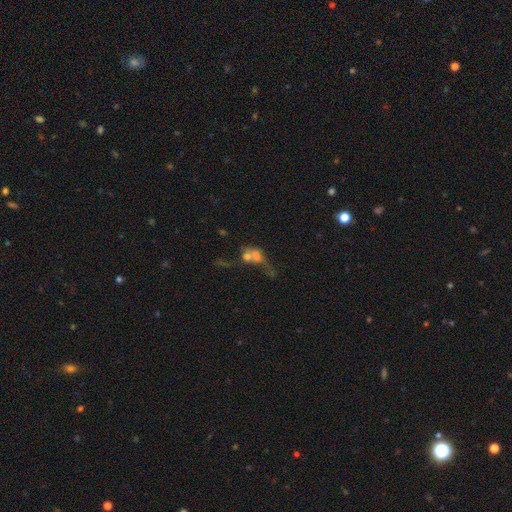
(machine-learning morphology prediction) A smooth galaxy with no disk features (47%).

Vote fractions:
- Smooth or featured? smooth: 47% / featured or disk: 34% / star or artifact: 19%
- Merging? merger: 63% / major disturbance: 16% / none: 15% / minor disturbance: 7%